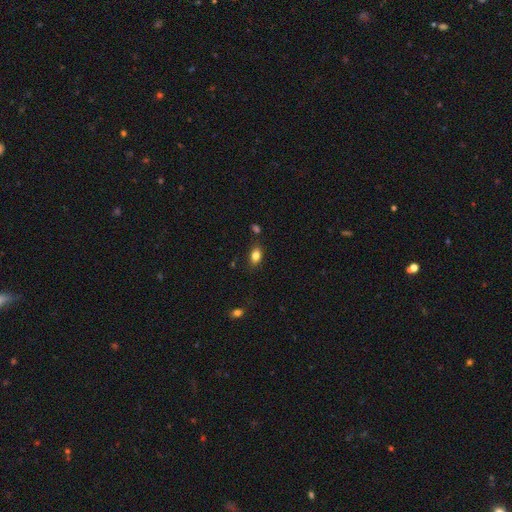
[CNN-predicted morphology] This is clearly a smooth galaxy (82%). How rounded: clearly in between (86%). Merging: clearly none (81%).